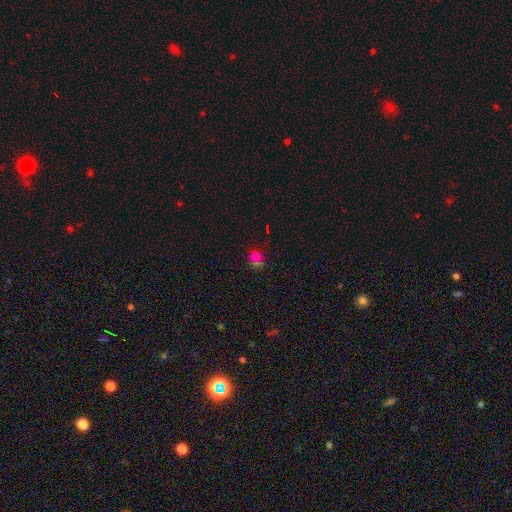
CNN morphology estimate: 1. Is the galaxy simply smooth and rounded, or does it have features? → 64% smooth, 25% star or artifact, 11% featured or disk.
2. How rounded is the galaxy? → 78% round, 21% in between, 1% cigar-shaped.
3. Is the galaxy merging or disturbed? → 53% none, 23% merger, 15% minor disturbance, 9% major disturbance.